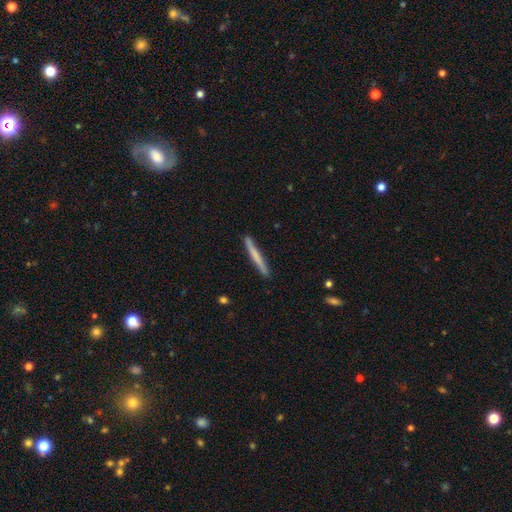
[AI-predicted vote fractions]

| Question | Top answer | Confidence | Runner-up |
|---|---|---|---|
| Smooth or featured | smooth | 62% | featured or disk (33%) |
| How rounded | cigar-shaped | 97% | in between (2%) |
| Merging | none | 89% | minor disturbance (8%) |